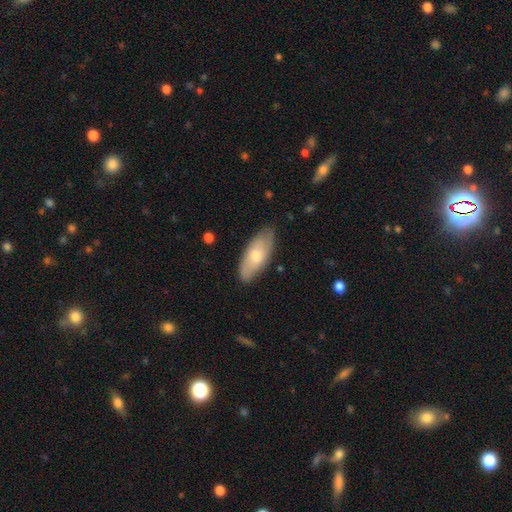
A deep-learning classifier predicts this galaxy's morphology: Overall: smooth (64%; featured or disk 30%). How rounded: in between (81%). Merging: none (80%).